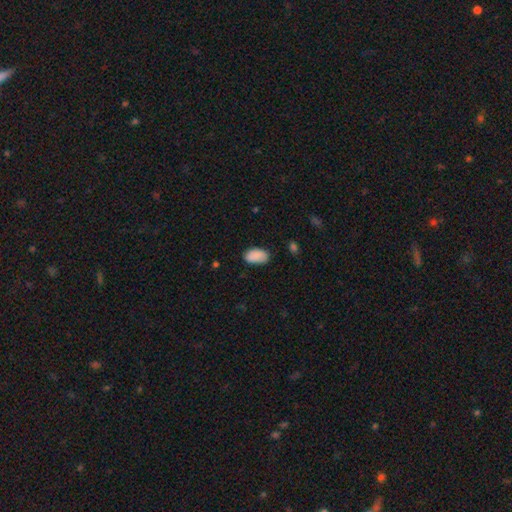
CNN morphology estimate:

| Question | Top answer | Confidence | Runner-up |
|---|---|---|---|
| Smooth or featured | smooth | 89% | star or artifact (7%) |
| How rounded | in between | 94% | round (4%) |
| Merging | none | 77% | minor disturbance (18%) |